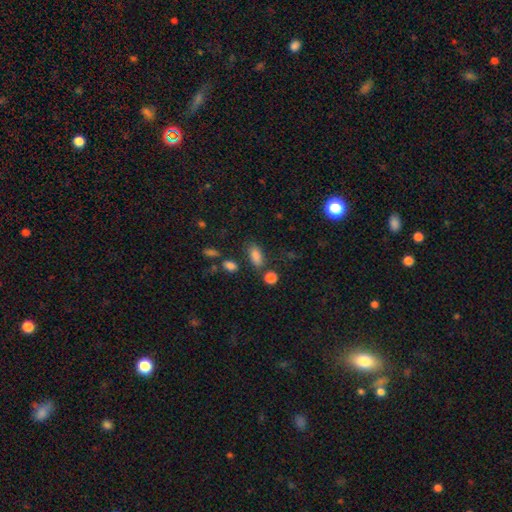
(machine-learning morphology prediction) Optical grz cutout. It shows a smooth galaxy with no disk features (84%) that is in between round and cigar-shaped (88%). Merging: none (70%).